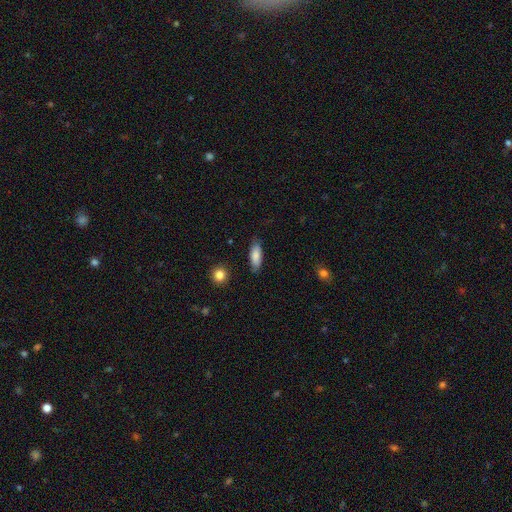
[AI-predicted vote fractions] This is clearly a smooth galaxy (84%). How rounded: likely in between (68%). Merging: clearly none (81%).